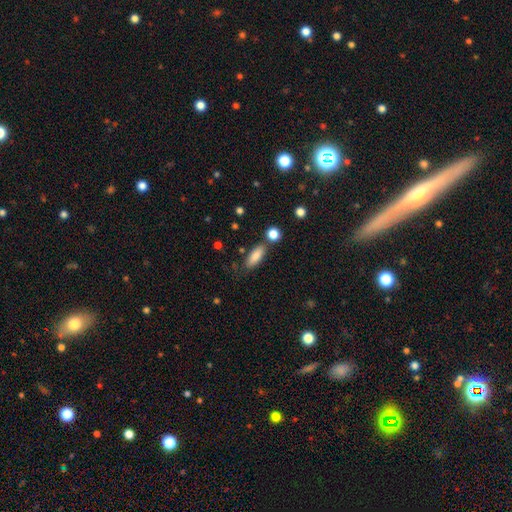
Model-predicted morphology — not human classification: Q: Smooth or featured?
A: smooth (85%); runner-up: featured or disk (8%)
Q: How rounded?
A: in between (70%); runner-up: cigar-shaped (27%)
Q: Merging?
A: none (72%); runner-up: minor disturbance (15%)